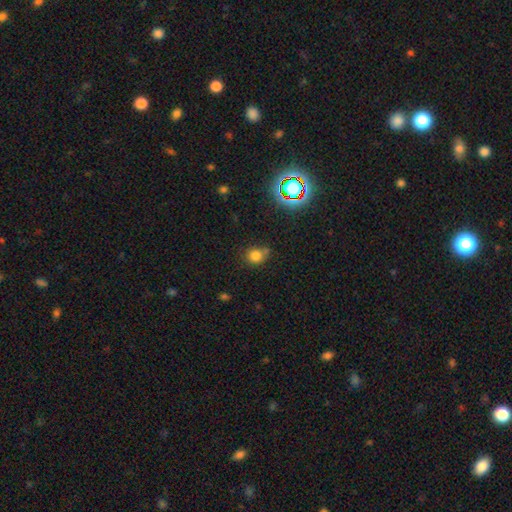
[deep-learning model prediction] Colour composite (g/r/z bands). It shows a smooth galaxy with no disk features (75%) that is round (73%). Merging: none (59%).